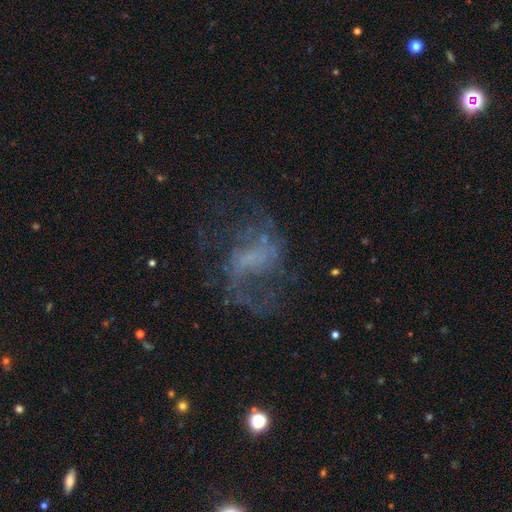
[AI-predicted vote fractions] The model was most divided on "bar" (2-way tie): weak: 41%, no: 41%, strong: 18%. More confident: edge-on disk — no (97%); spiral arms — yes (81%); smooth or featured — featured or disk (72%); spiral arm count — 2 (70%); bulge size — none (58%); merging — none (57%); spiral winding — loose (52%).